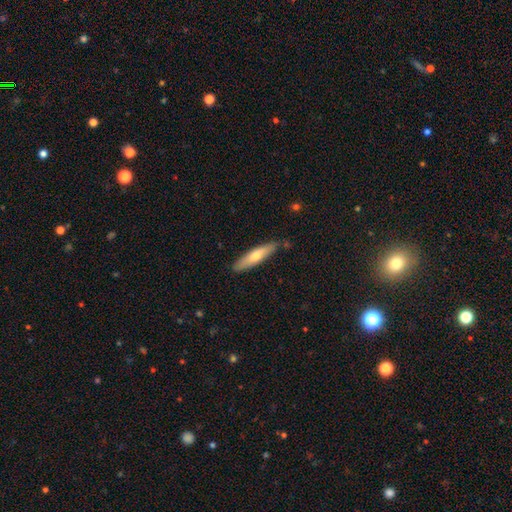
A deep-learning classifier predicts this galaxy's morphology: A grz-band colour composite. It shows a smooth galaxy with no disk features (60%) that is cigar-shaped (78%). Merging: none (84%).